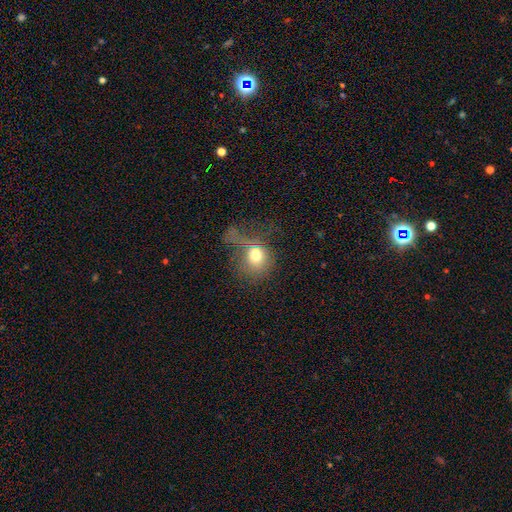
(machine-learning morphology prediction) A smooth galaxy with no disk features (68%) that is round (68%).

Vote fractions:
- Smooth or featured? smooth: 68% / featured or disk: 19% / star or artifact: 13%
- How rounded? round: 68% / in between: 30% / cigar-shaped: 1%
- Merging? major disturbance: 49% / none: 24% / minor disturbance: 17% / merger: 11%